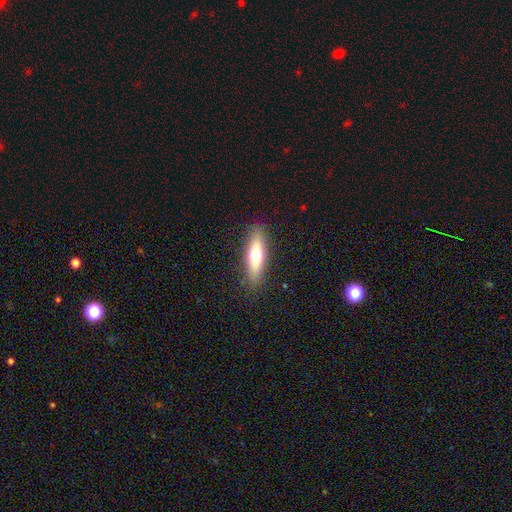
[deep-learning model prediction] smooth_or_featured: smooth (p=0.60) [alt: featured or disk p=0.34]
how_rounded: cigar-shaped (p=0.62) [alt: in between p=0.36]
merging: none (p=0.87) [alt: minor disturbance p=0.09]